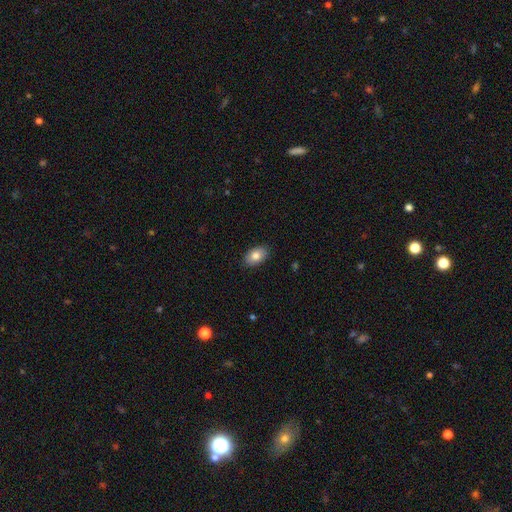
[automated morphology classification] type=smooth (82%); roundness=in between (89%); merging=none (88%).